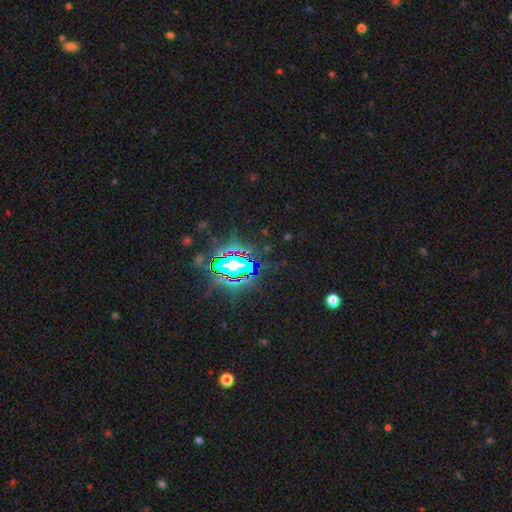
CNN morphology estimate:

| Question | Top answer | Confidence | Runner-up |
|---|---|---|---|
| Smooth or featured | star or artifact | 85% | smooth (8%) |